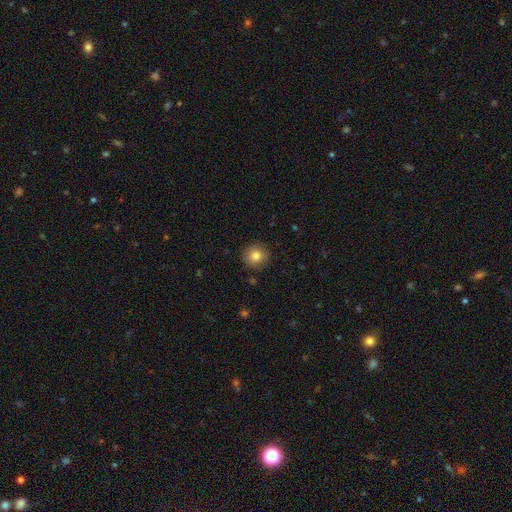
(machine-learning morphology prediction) smooth 83%, star or artifact 9%, featured or disk 8%. Down the decision tree: how rounded — round (91%); merging — none (88%).